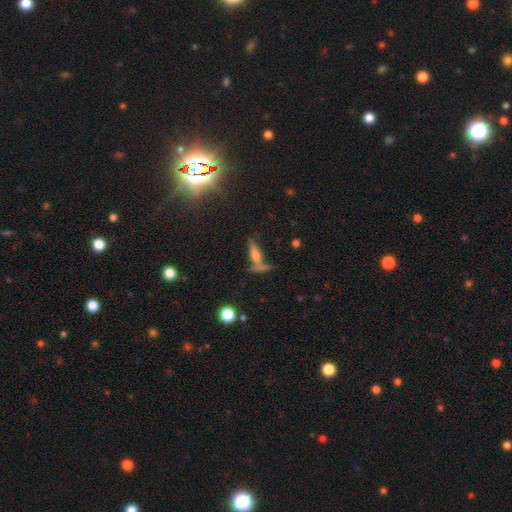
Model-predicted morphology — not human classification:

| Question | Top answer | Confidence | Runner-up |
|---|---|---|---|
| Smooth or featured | smooth | 42% | featured or disk (41%) |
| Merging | none | 55% | merger (24%) |